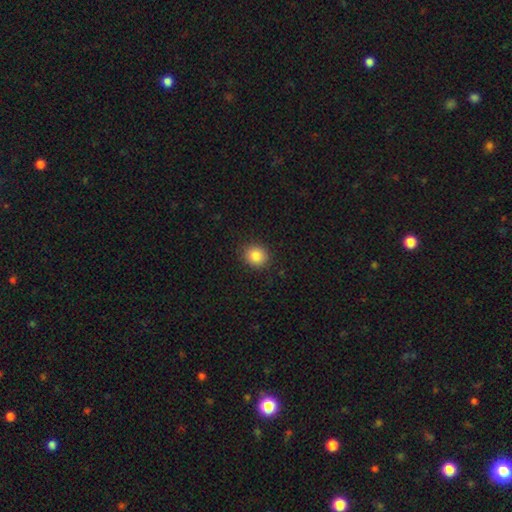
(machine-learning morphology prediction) Smooth or featured? Predicted: smooth (p=0.85). How rounded? Predicted: round (p=0.81). Merging? Predicted: none (p=0.89).